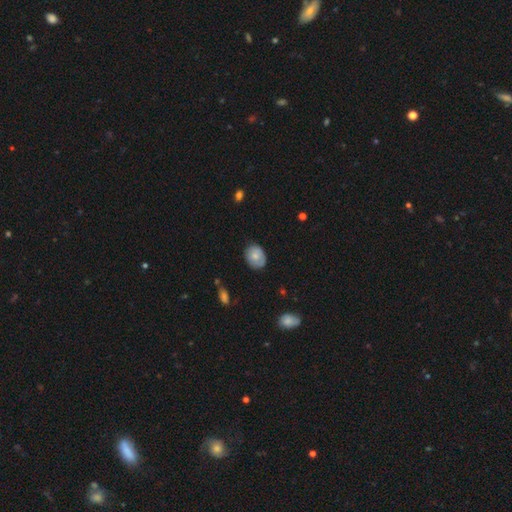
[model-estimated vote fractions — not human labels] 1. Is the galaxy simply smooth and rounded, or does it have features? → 72% smooth, 21% featured or disk, 7% star or artifact.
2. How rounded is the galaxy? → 51% in between, 48% round, 1% cigar-shaped.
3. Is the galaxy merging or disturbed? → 72% none, 22% minor disturbance, 4% major disturbance, 1% merger.